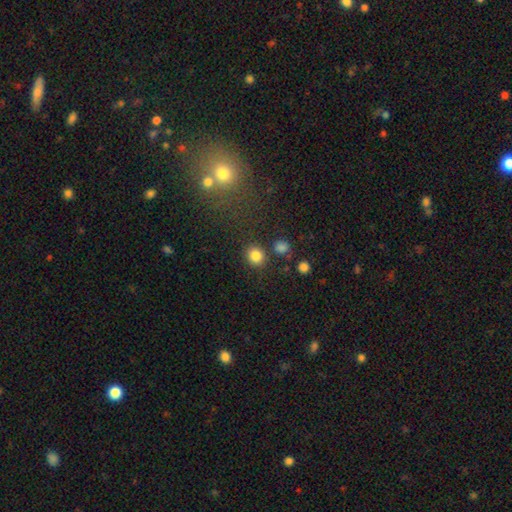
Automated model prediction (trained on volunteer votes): This appears to be a smooth galaxy with no disk features (84%) that is round (84%). Merging: none (82%).